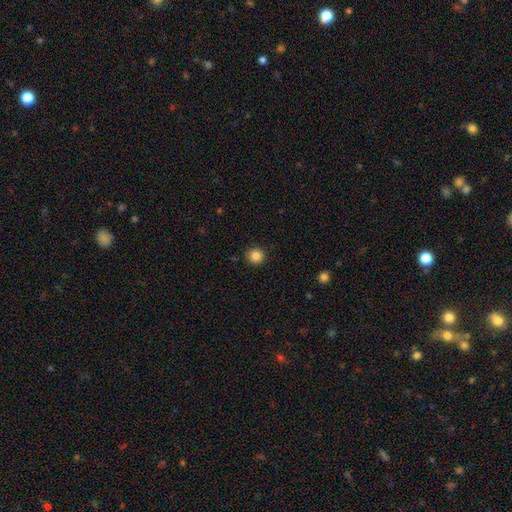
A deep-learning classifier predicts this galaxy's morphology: Smooth or featured?
  - smooth: 86% *
  - star or artifact: 11%
  - featured or disk: 3%
How rounded?
  - round: 93% *
  - in between: 6%
  - cigar-shaped: 1%
Merging?
  - none: 91% *
  - minor disturbance: 6%
  - major disturbance: 2%
  - merger: 1%